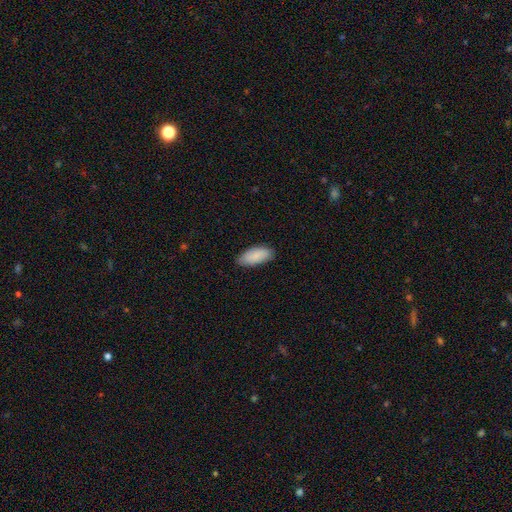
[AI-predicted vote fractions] This is clearly a smooth galaxy (87%). How rounded: clearly in between (89%). Merging: clearly none (82%).